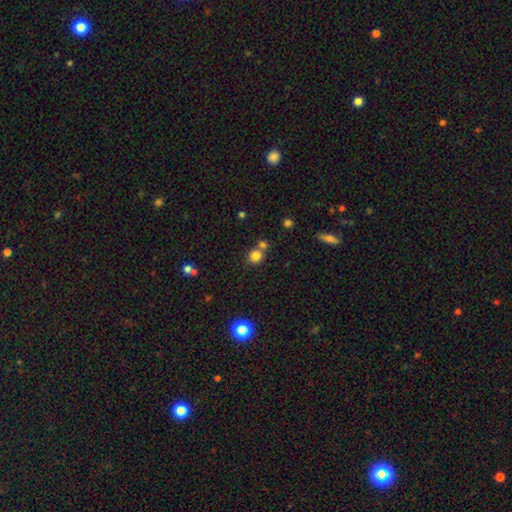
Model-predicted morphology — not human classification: A smooth galaxy with no disk features (80%) that is round (88%). Merging: none (61%).